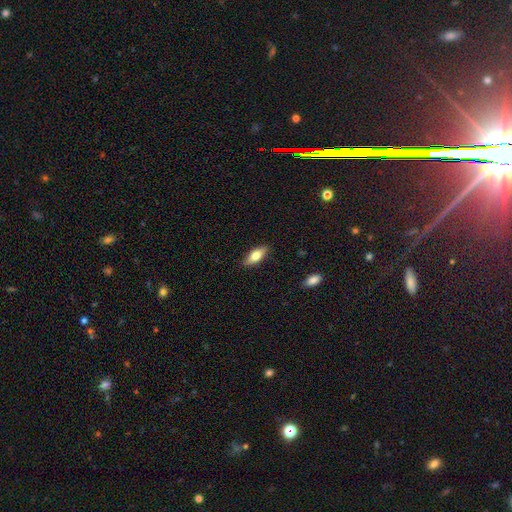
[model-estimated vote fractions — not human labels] Smooth or featured?
  - smooth: 71% *
  - featured or disk: 22%
  - star or artifact: 6%
How rounded?
  - in between: 73% *
  - cigar-shaped: 24%
  - round: 2%
Merging?
  - none: 87% *
  - minor disturbance: 10%
  - major disturbance: 2%
  - merger: 1%